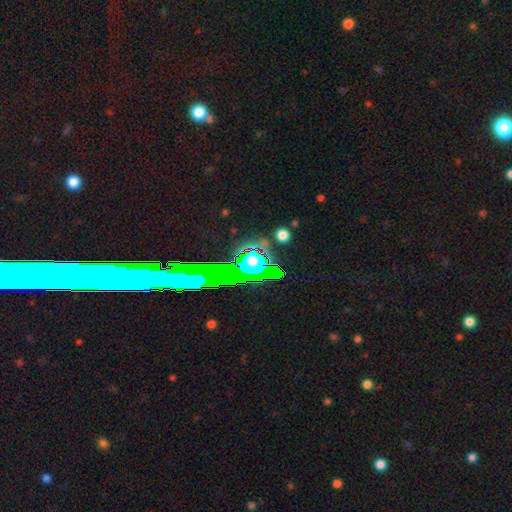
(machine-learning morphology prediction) A star or artifact, not a galaxy (64%).

Vote fractions:
- Smooth or featured? star or artifact: 64% / featured or disk: 22% / smooth: 14%